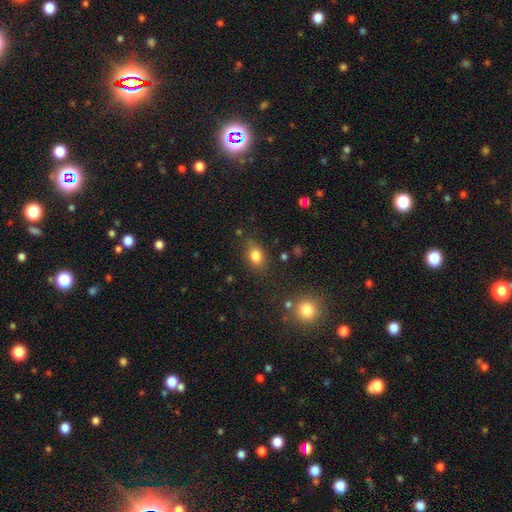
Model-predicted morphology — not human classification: This appears to be a smooth galaxy with no disk features (82%) that is in between round and cigar-shaped (70%). Merging: none (78%).